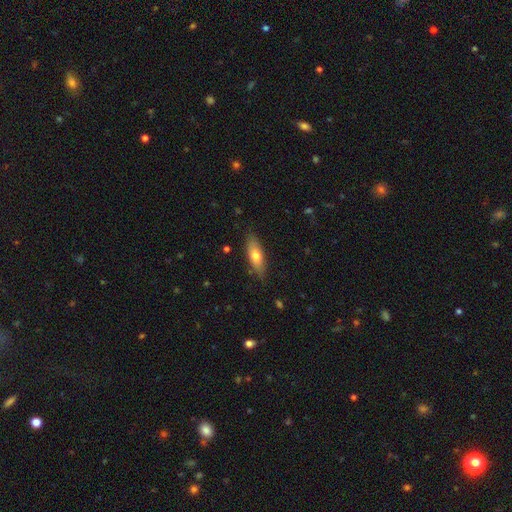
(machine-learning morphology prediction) Q: Smooth or featured?
A: smooth (69%); runner-up: featured or disk (25%)
Q: How rounded?
A: in between (62%); runner-up: cigar-shaped (36%)
Q: Merging?
A: none (83%); runner-up: minor disturbance (13%)